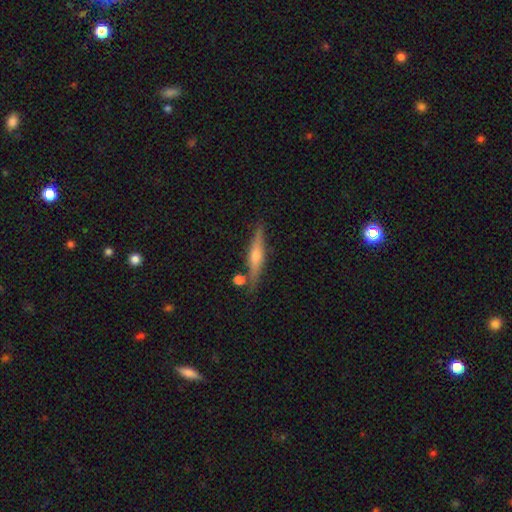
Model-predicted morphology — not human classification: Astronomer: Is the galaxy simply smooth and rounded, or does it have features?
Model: featured or disk — 62%.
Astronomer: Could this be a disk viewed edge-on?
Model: yes — 96%.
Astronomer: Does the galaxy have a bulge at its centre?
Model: rounded — 81%.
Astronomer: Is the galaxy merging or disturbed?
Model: none — 81%.